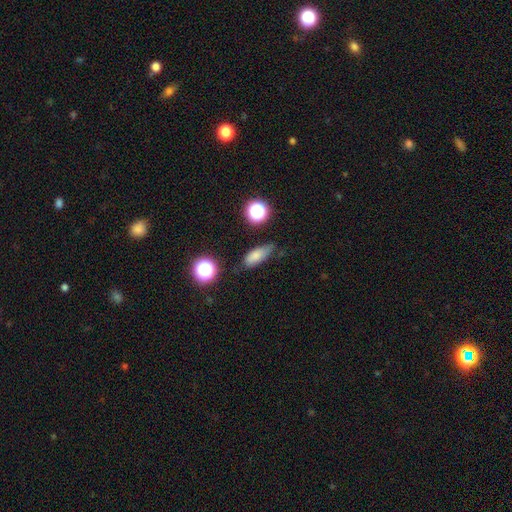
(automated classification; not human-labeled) Smooth or featured? smooth (77%)
How rounded? in between (69%)
Merging? none (60%)